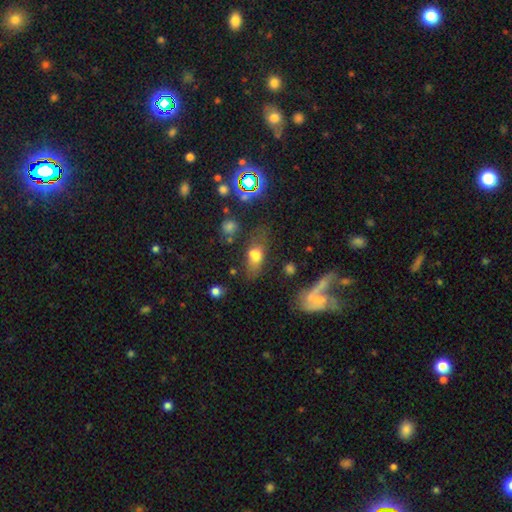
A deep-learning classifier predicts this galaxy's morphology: smooth 65%, featured or disk 20%, star or artifact 15%. Down the decision tree: how rounded — in between (76%); merging — none (51%).